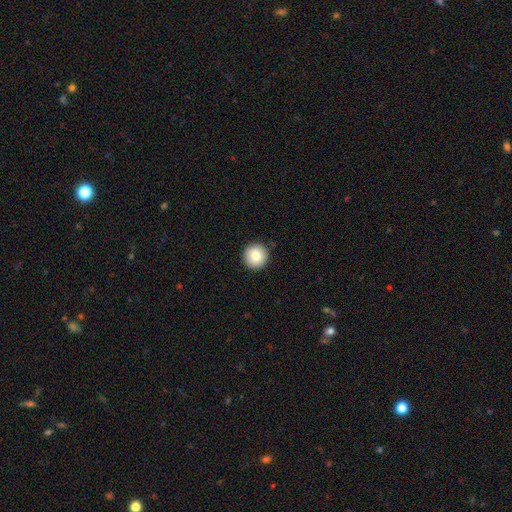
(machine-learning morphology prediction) The model was most divided on "smooth or featured": smooth: 83%, featured or disk: 8%, star or artifact: 8%. More confident: how rounded — round (95%); merging — none (91%).